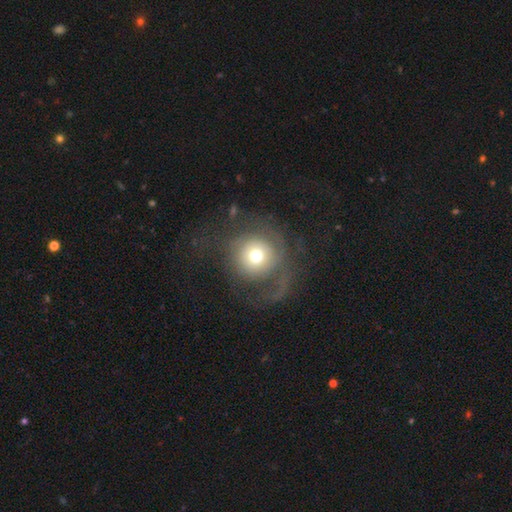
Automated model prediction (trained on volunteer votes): Smooth or featured? smooth (53%)
How rounded? round (93%)
Merging? none (50%)